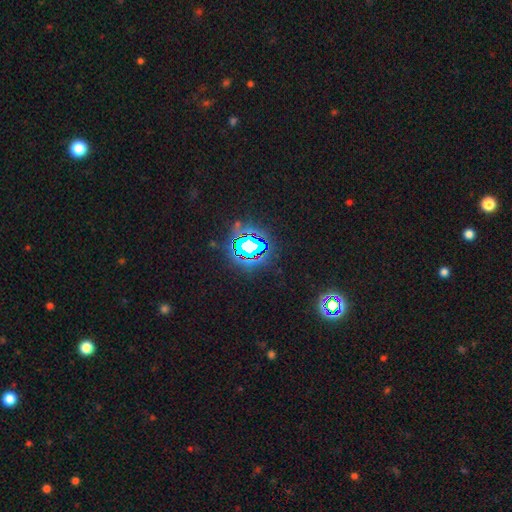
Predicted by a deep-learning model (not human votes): smooth-or-featured: star or artifact: 75% | smooth: 15% | featured or disk: 10%